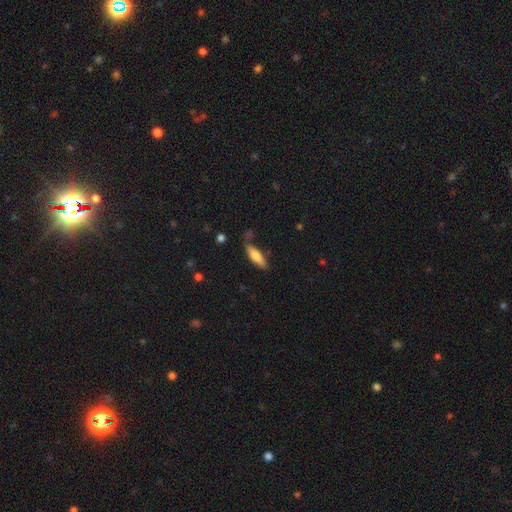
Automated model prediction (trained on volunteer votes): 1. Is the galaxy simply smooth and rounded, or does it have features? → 72% smooth, 21% featured or disk, 6% star or artifact.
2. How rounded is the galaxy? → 57% cigar-shaped, 41% in between, 2% round.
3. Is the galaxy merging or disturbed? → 74% none, 18% minor disturbance, 5% merger, 4% major disturbance.